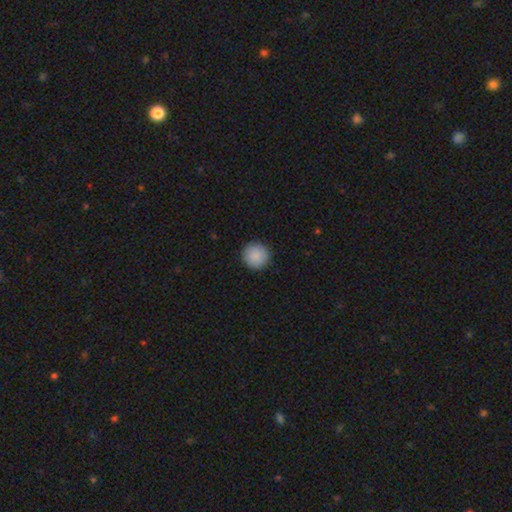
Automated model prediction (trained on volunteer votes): Smooth or featured?
  - smooth: 90% *
  - star or artifact: 7%
  - featured or disk: 3%
How rounded?
  - round: 96% *
  - in between: 3%
  - cigar-shaped: 1%
Merging?
  - none: 92% *
  - minor disturbance: 5%
  - major disturbance: 2%
  - merger: 1%